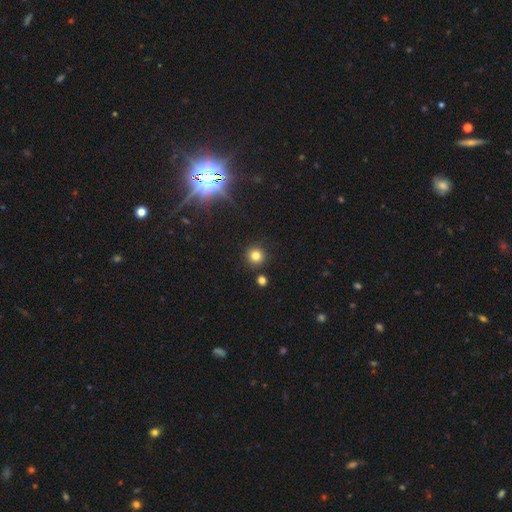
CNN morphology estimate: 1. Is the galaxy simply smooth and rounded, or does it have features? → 78% smooth, 15% star or artifact, 6% featured or disk.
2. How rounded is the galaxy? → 93% round, 6% in between, 1% cigar-shaped.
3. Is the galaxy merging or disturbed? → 87% none, 7% minor disturbance, 4% merger, 2% major disturbance.